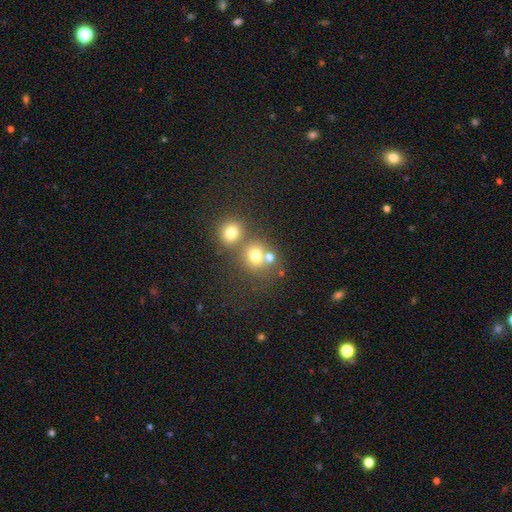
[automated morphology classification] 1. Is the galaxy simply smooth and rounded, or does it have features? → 72% smooth, 17% star or artifact, 12% featured or disk.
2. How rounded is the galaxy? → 82% round, 17% in between, 1% cigar-shaped.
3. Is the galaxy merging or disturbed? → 50% none, 38% merger, 8% minor disturbance, 4% major disturbance.